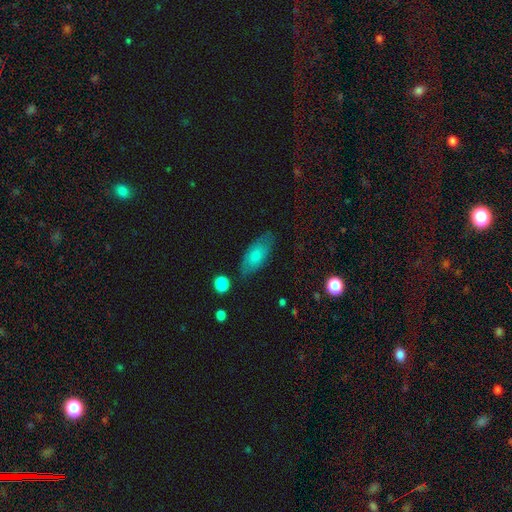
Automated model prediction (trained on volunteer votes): Smooth or featured? smooth (72%)
How rounded? in between (86%)
Merging? none (74%)